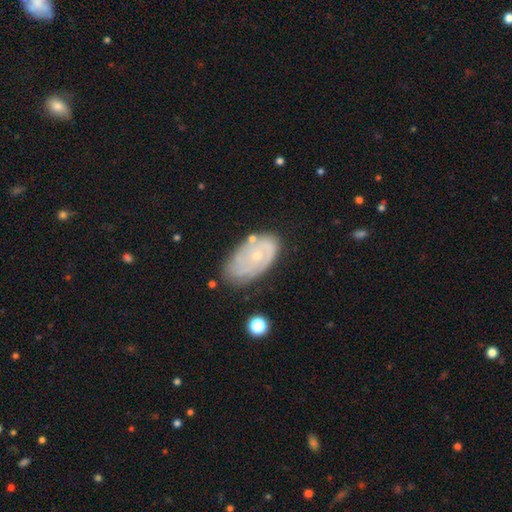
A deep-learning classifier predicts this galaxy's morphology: Overall: featured or disk (66%; smooth 26%). Edge-on disk: no (95%). Bar: no (80%). Spiral arms: yes (77%). Bulge size: small (78%). Merging: none (64%).